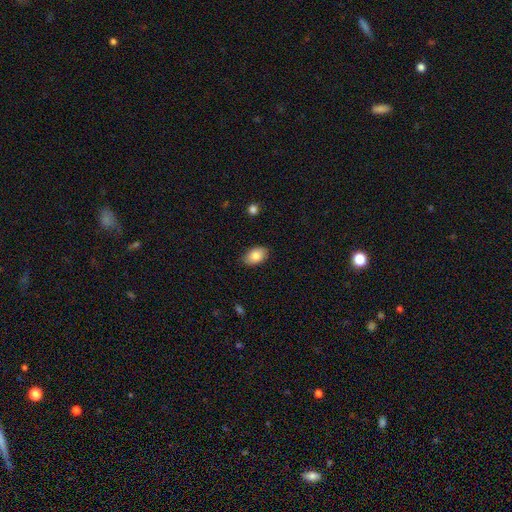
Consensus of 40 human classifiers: Volunteers were most divided on "merging": none: 82%, minor disturbance: 15%, major disturbance: 3%, merger: 0%. More confident: smooth or featured — smooth (90%); how rounded — in between (89%).